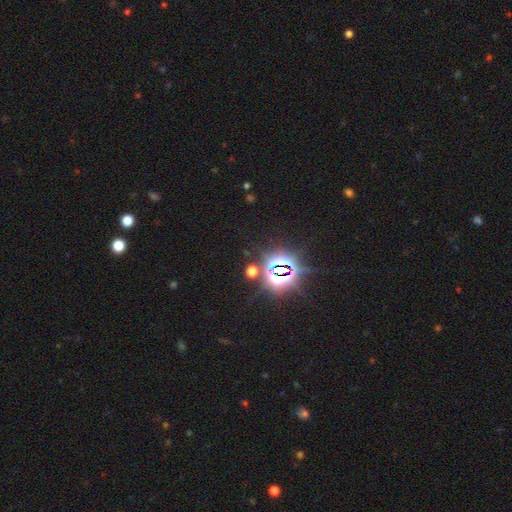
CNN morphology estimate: A star or artifact, not a galaxy (83%).